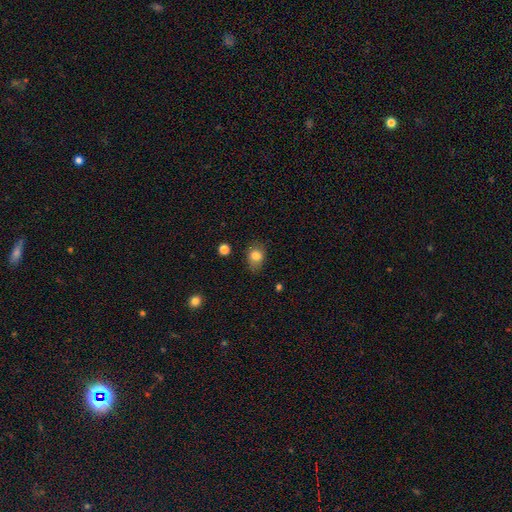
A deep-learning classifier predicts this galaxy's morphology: smooth 81%, star or artifact 10%, featured or disk 9%. Down the decision tree: how rounded — in between (55%); merging — none (72%).